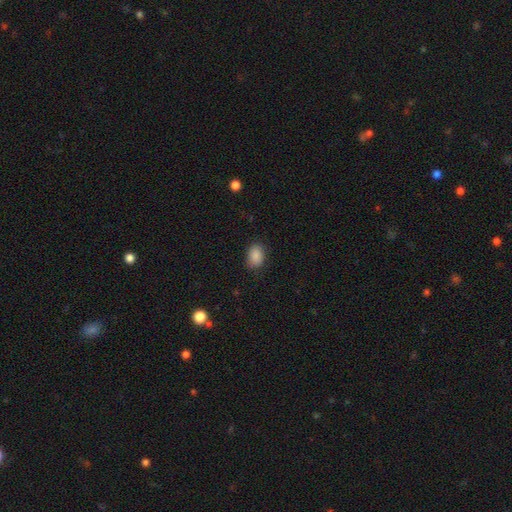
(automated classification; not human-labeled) A smooth galaxy with no disk features (88%) that is in between round and cigar-shaped (81%). Merging: none (82%).